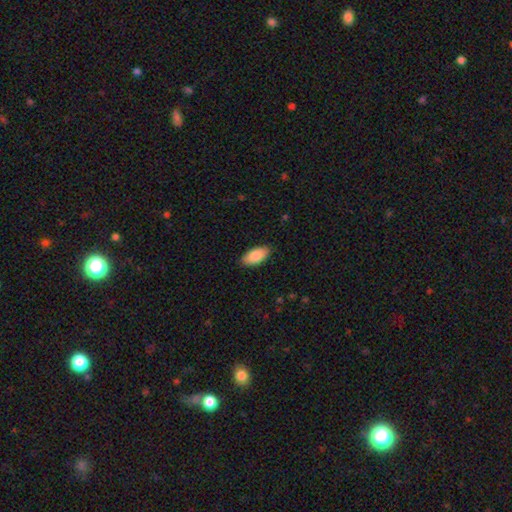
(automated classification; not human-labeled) Smooth or featured? Predicted: smooth (p=0.88). How rounded? Predicted: in between (p=0.93). Merging? Predicted: none (p=0.88).